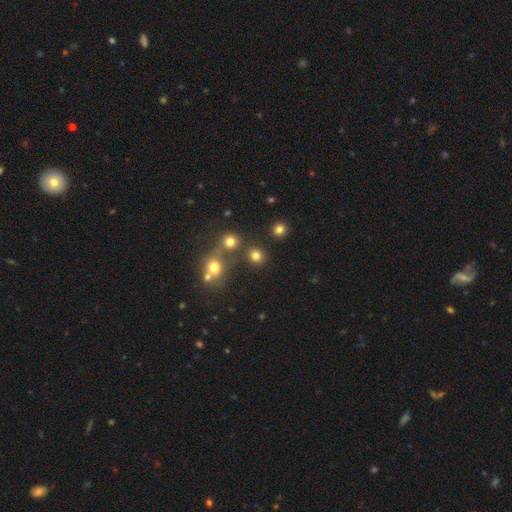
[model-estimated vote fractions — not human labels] This is likely a smooth galaxy (77%). How rounded: clearly round (90%). Merging: likely none (78%).